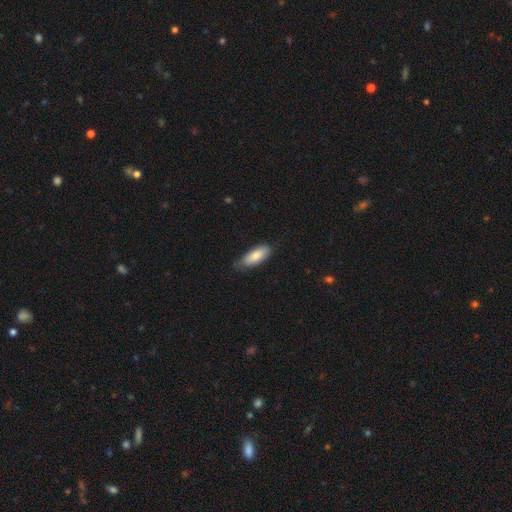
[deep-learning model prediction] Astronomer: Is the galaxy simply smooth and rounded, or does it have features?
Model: smooth — 81%.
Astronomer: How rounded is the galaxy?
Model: in between — 75%.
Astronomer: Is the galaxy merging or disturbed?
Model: none — 72%.